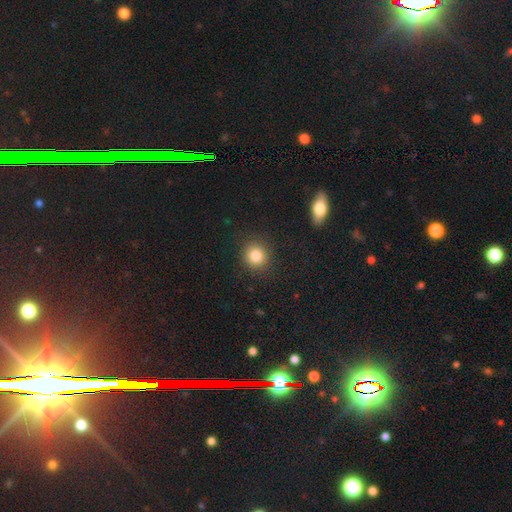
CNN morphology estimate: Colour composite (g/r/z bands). It shows a smooth galaxy with no disk features (82%) that is round (89%). Merging: none (89%).